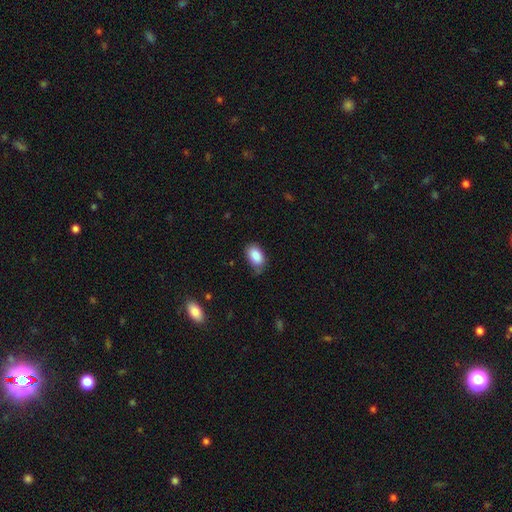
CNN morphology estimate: A smooth galaxy with no disk features (88%) that is in between round and cigar-shaped (91%).

Vote fractions:
- Smooth or featured? smooth: 88% / star or artifact: 7% / featured or disk: 5%
- How rounded? in between: 91% / round: 7% / cigar-shaped: 1%
- Merging? none: 71% / minor disturbance: 23% / major disturbance: 4% / merger: 2%